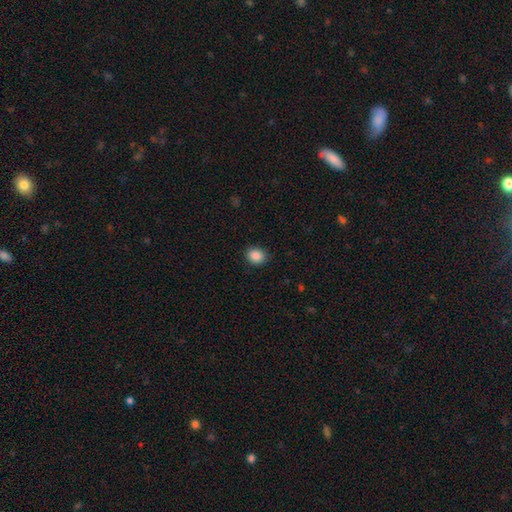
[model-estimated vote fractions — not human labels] smooth 88%, star or artifact 9%, featured or disk 3%. Down the decision tree: how rounded — round (65%); merging — none (89%).